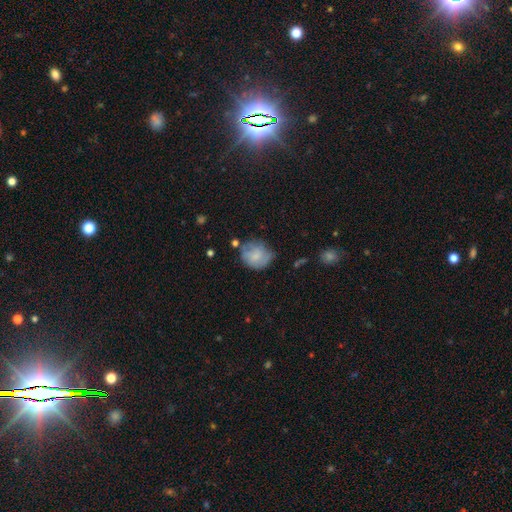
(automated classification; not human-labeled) smooth-or-featured: smooth: 64% | featured or disk: 28% | star or artifact: 8%
  how-rounded: round: 73% | in between: 26% | cigar-shaped: 1%
  merging: none: 51% | minor disturbance: 31% | major disturbance: 13% | merger: 5%